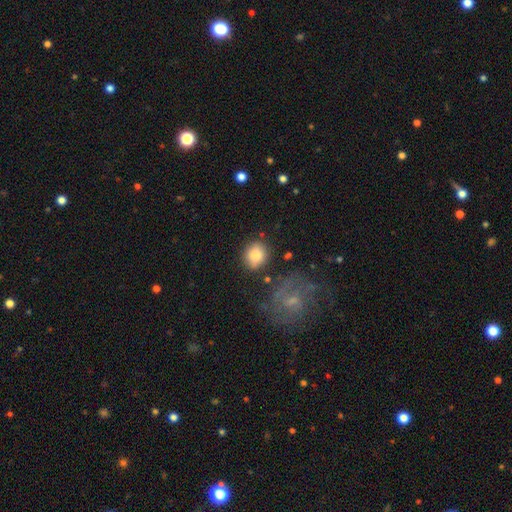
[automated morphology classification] Smooth or featured? Predicted: smooth (p=0.82). How rounded? Predicted: round (p=0.71). Merging? Predicted: none (p=0.75).